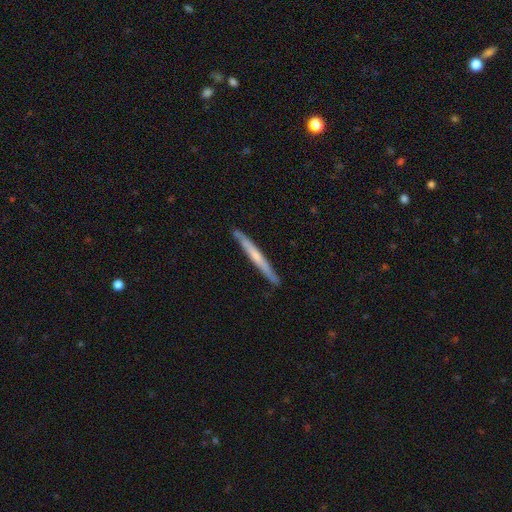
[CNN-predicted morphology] A featured or disk galaxy (52%) viewed edge-on (95%). Merging: none (88%).